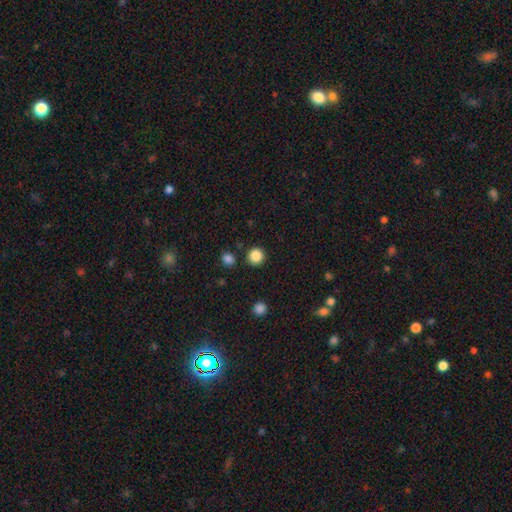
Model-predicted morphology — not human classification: The model was most divided on "smooth or featured": smooth: 86%, star or artifact: 11%, featured or disk: 3%. More confident: how rounded — round (93%); merging — none (88%).